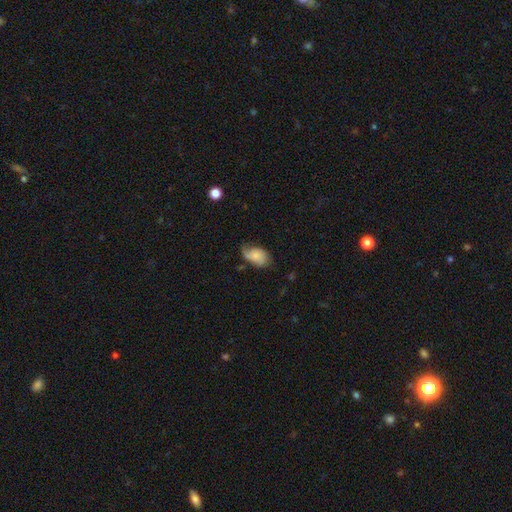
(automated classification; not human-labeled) This appears to be a smooth galaxy with no disk features (67%) that is in between round and cigar-shaped (88%). Merging: none (42%).